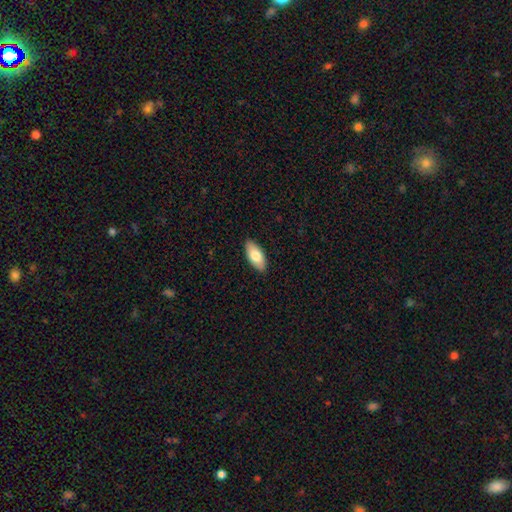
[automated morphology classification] This appears to be a smooth galaxy with no disk features (77%) that is in between round and cigar-shaped (89%). Merging: none (89%).